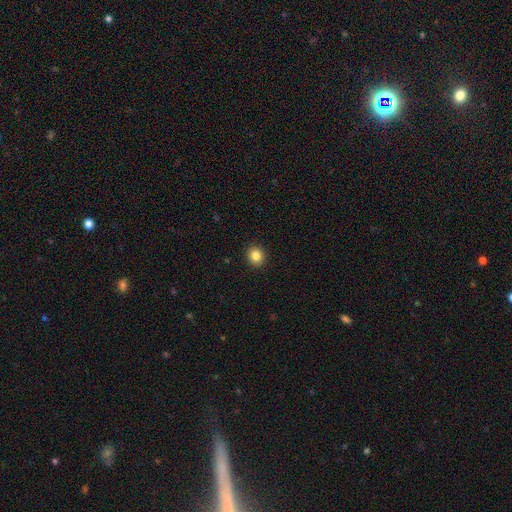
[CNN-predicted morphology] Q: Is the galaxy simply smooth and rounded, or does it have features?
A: smooth — 84%.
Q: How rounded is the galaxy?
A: round — 83%.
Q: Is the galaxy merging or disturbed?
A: none — 93%.